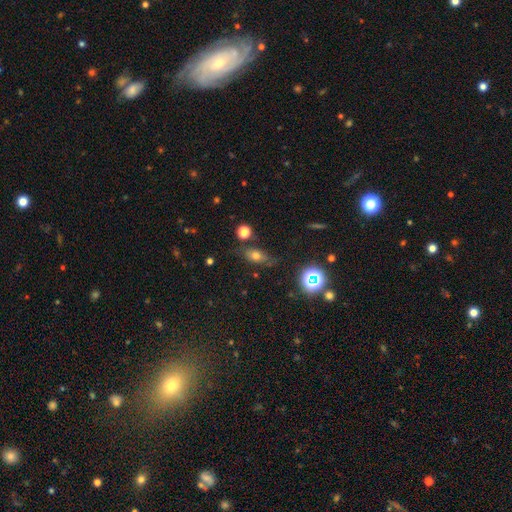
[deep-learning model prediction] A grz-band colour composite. It shows a smooth galaxy with no disk features (64%) that is in between round and cigar-shaped (70%). Merging: none (68%).